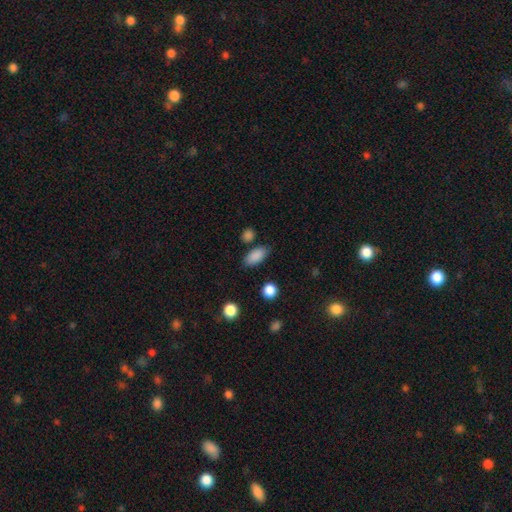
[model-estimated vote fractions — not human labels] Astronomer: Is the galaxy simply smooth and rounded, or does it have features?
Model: smooth — 88%.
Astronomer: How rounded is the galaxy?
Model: in between — 90%.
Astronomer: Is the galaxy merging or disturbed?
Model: none — 80%.